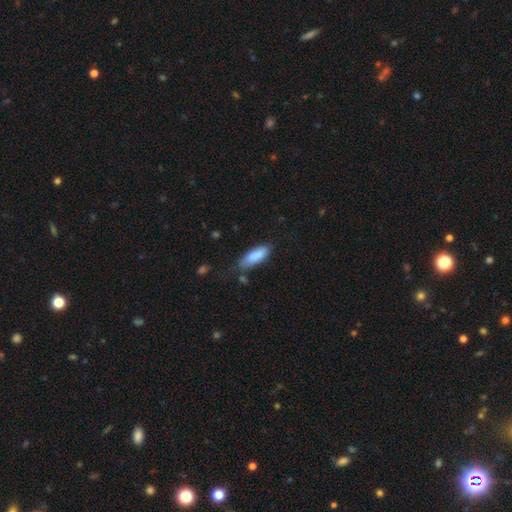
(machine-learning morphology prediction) A smooth galaxy with no disk features (85%) that is in between round and cigar-shaped (70%).

Vote fractions:
- Smooth or featured? smooth: 85% / featured or disk: 8% / star or artifact: 6%
- How rounded? in between: 70% / cigar-shaped: 28% / round: 2%
- Merging? none: 59% / minor disturbance: 28% / major disturbance: 8% / merger: 5%